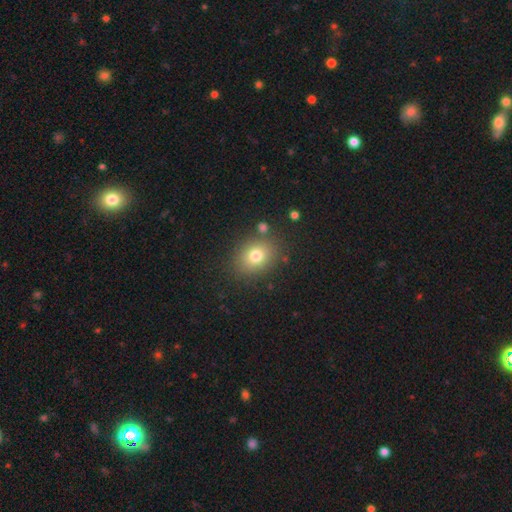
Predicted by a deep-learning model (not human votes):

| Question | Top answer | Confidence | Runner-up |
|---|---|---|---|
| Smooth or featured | smooth | 76% | star or artifact (13%) |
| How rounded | round | 52% | in between (47%) |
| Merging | none | 82% | minor disturbance (10%) |